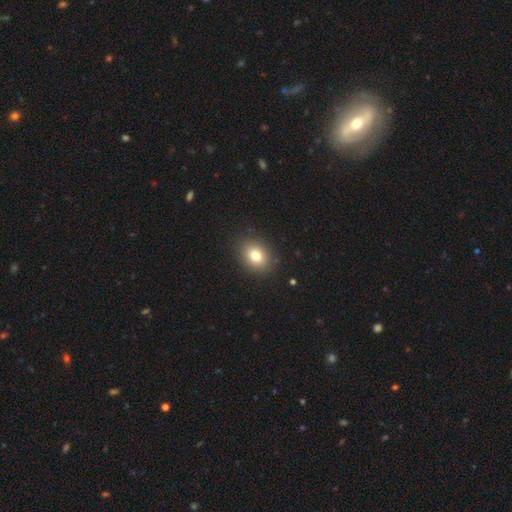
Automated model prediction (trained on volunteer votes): Smooth or featured: smooth — 78% (star or artifact — 11%)
How rounded: round — 51% (in between — 48%)
Merging: none — 89% (minor disturbance — 8%)